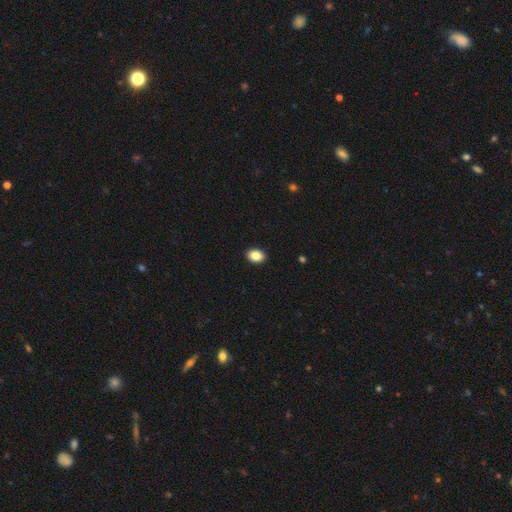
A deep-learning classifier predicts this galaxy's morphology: smooth_or_featured: smooth (p=0.86) [alt: star or artifact p=0.08]
how_rounded: in between (p=0.74) [alt: round p=0.24]
merging: none (p=0.92) [alt: minor disturbance p=0.06]